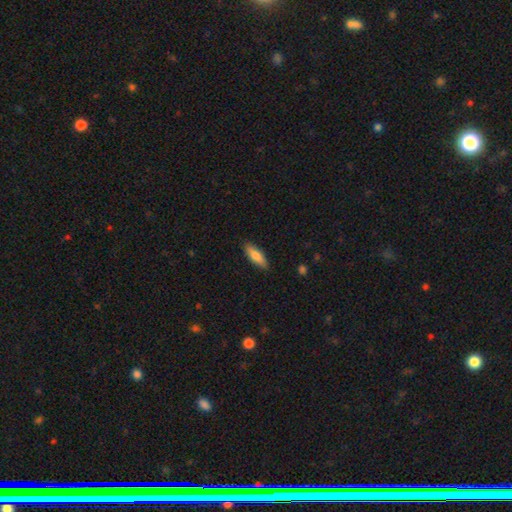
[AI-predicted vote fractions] A smooth galaxy with no disk features (78%) that is in between round and cigar-shaped (57%).

Vote fractions:
- Smooth or featured? smooth: 78% / featured or disk: 16% / star or artifact: 6%
- How rounded? in between: 57% / cigar-shaped: 41% / round: 2%
- Merging? none: 87% / minor disturbance: 10% / major disturbance: 2% / merger: 1%